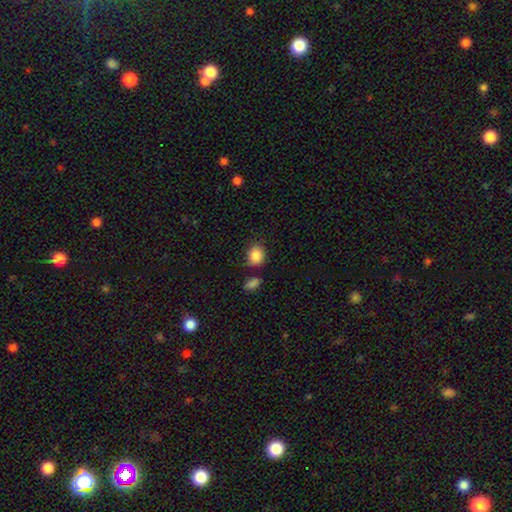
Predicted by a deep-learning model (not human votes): Smooth or featured? smooth (87%)
How rounded? round (66%)
Merging? none (73%)